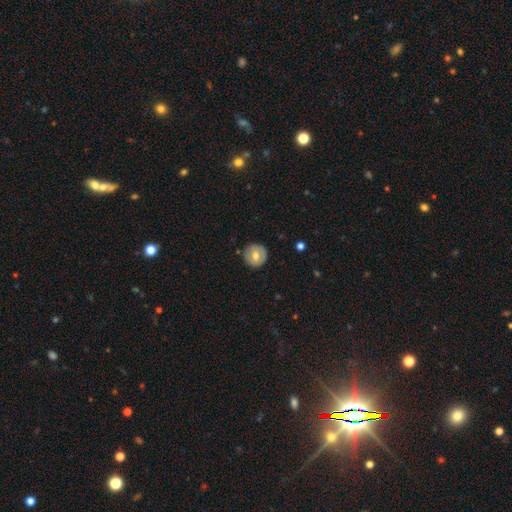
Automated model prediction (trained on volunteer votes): A smooth galaxy with no disk features (58%) that is round (94%).

Vote fractions:
- Smooth or featured? smooth: 58% / featured or disk: 36% / star or artifact: 7%
- How rounded? round: 94% / in between: 5% / cigar-shaped: 1%
- Merging? none: 88% / minor disturbance: 9% / major disturbance: 2% / merger: 1%